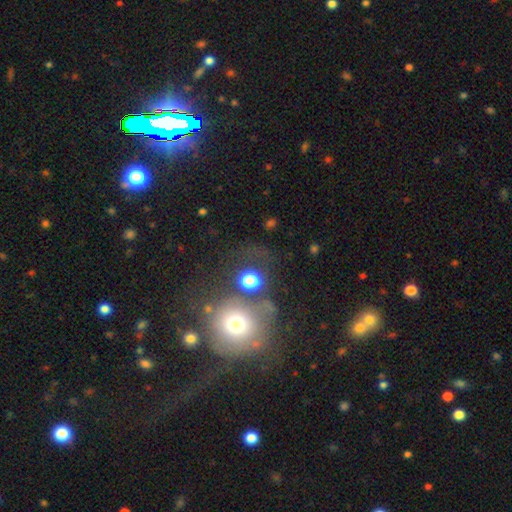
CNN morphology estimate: smooth-or-featured: smooth: 41% | star or artifact: 40% | featured or disk: 19%
  merging: none: 57% | major disturbance: 15% | minor disturbance: 14% | merger: 14%